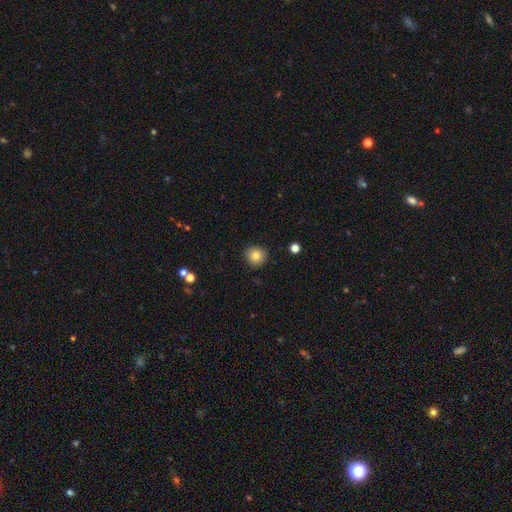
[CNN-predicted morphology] Q: Smooth or featured?
A: smooth (82%); runner-up: star or artifact (10%)
Q: How rounded?
A: round (91%); runner-up: in between (8%)
Q: Merging?
A: none (89%); runner-up: minor disturbance (8%)